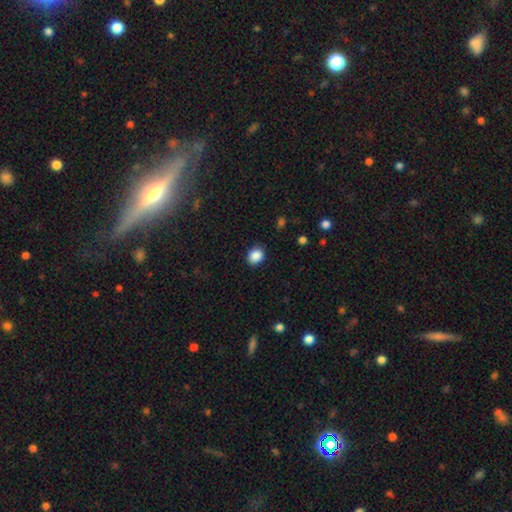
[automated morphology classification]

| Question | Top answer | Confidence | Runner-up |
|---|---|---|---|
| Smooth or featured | smooth | 87% | star or artifact (9%) |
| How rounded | round | 60% | in between (40%) |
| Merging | none | 87% | minor disturbance (10%) |